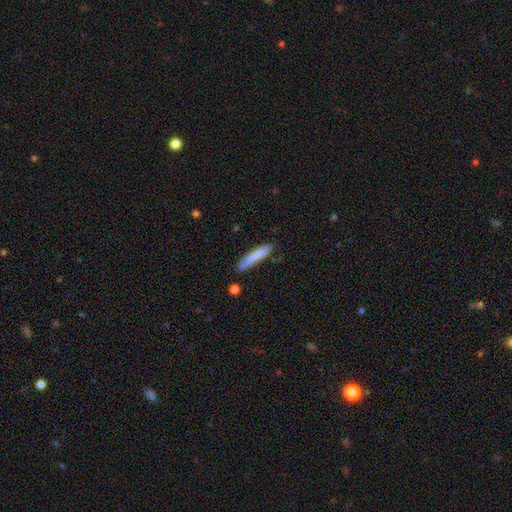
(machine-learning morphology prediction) Smooth or featured? smooth (80%)
How rounded? cigar-shaped (90%)
Merging? none (75%)